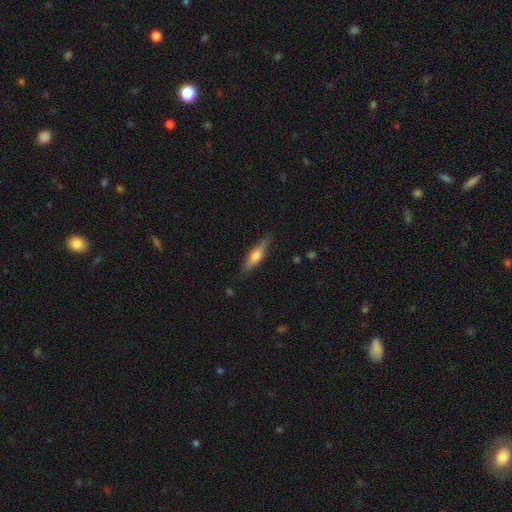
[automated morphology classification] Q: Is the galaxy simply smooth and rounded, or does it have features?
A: smooth — 52%.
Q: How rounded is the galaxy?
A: cigar-shaped — 72%.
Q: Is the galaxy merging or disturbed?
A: none — 86%.